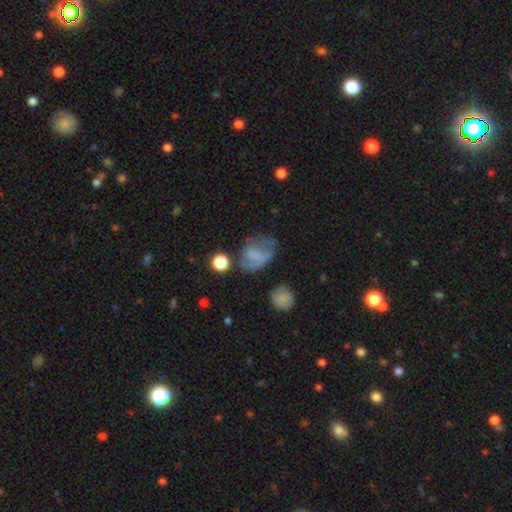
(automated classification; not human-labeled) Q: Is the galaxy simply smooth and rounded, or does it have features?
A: smooth — 62%.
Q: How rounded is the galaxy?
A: in between — 64%.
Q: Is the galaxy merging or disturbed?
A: none — 41%.